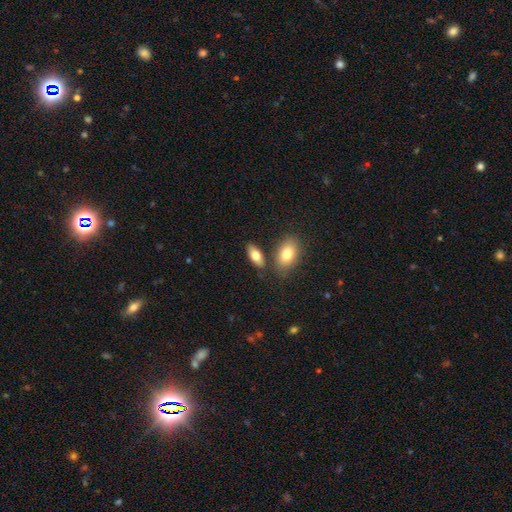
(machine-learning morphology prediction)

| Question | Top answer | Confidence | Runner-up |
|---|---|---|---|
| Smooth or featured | smooth | 76% | featured or disk (17%) |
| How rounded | in between | 85% | cigar-shaped (11%) |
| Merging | none | 74% | merger (12%) |